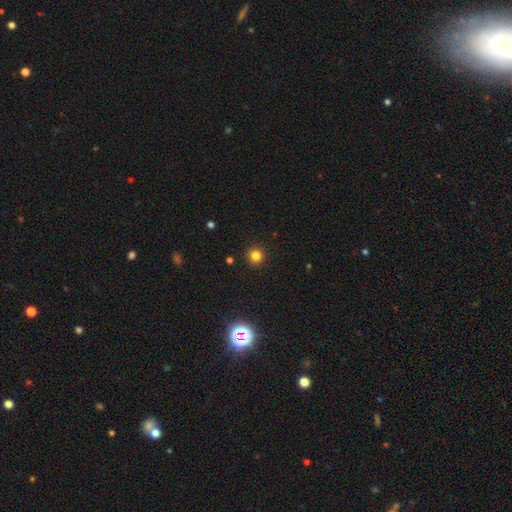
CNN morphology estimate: Smooth or featured: smooth — 80% (star or artifact — 15%)
How rounded: round — 94% (in between — 5%)
Merging: none — 92% (minor disturbance — 5%)